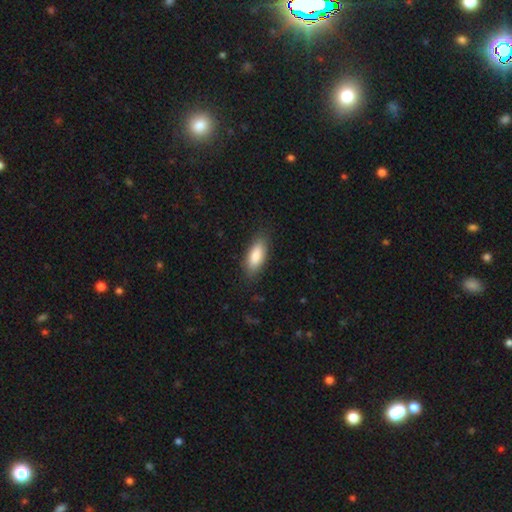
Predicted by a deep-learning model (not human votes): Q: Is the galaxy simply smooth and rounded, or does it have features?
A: smooth — 86%.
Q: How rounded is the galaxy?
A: in between — 78%.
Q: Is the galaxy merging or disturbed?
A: none — 85%.